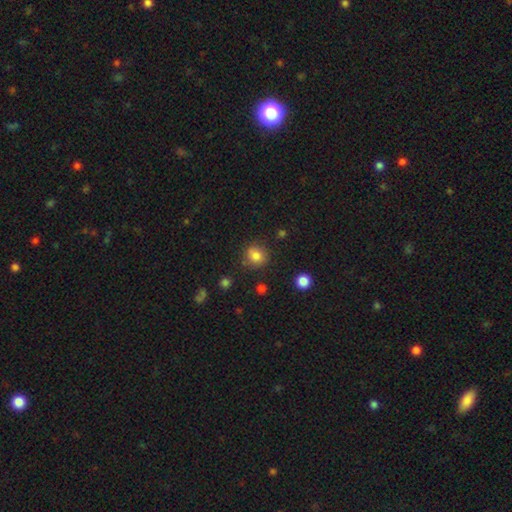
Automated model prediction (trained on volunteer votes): A smooth galaxy with no disk features (81%) that is round (82%). Merging: none (81%).